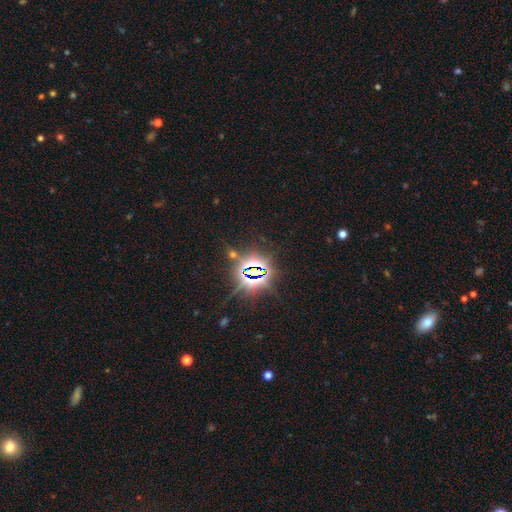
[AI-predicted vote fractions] Smooth or featured?
  - star or artifact: 84% *
  - smooth: 9%
  - featured or disk: 8%